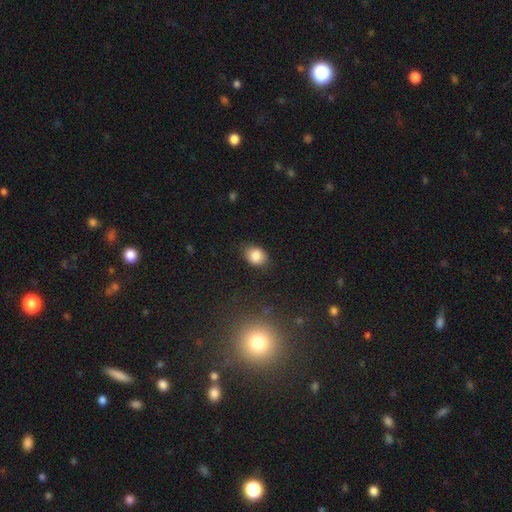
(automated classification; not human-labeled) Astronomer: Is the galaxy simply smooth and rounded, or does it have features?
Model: smooth — 85%.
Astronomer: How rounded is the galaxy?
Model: in between — 57% (runner-up: round, 42%).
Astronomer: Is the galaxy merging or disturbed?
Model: none — 83%.